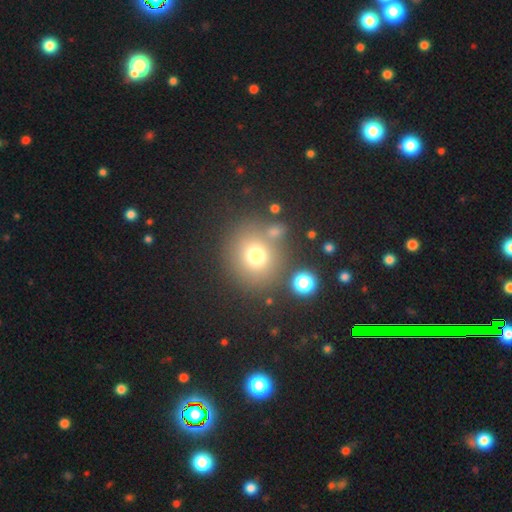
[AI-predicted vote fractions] smooth 71%, star or artifact 18%, featured or disk 11%. Down the decision tree: how rounded — round (87%); merging — none (74%).